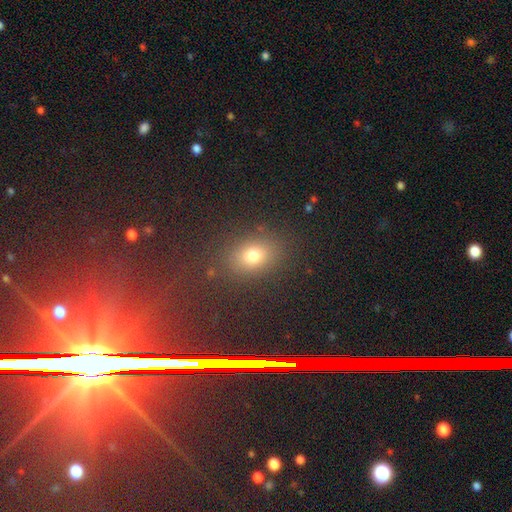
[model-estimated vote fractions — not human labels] Overall: smooth (64%; star or artifact 27%). How rounded: round (51%; in between 47%). Merging: none (88%).